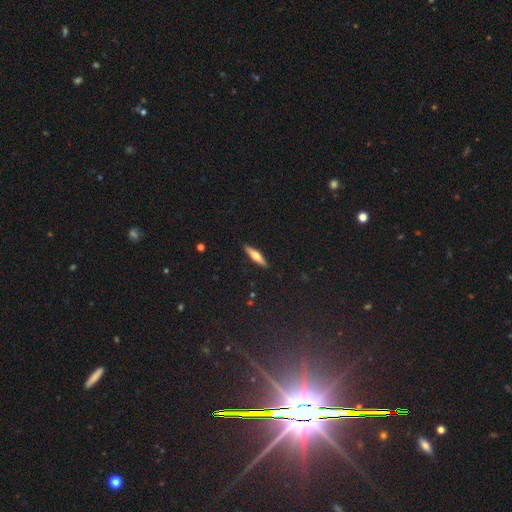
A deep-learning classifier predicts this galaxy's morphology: Smooth or featured? Predicted: smooth (p=0.47, tied with featured or disk). Merging? Predicted: none (p=0.90).